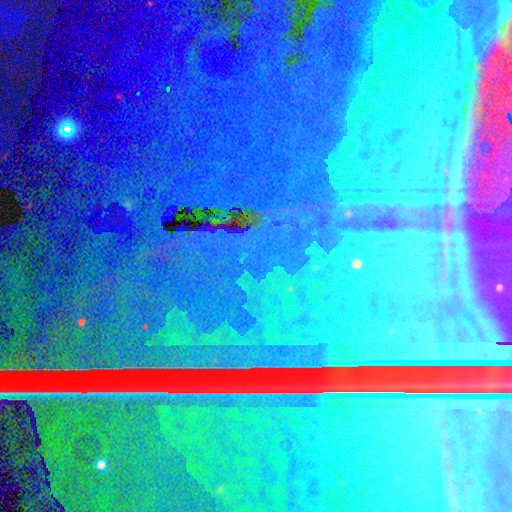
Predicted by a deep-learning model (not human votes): Q: Smooth or featured?
A: star or artifact (88%); runner-up: featured or disk (7%)